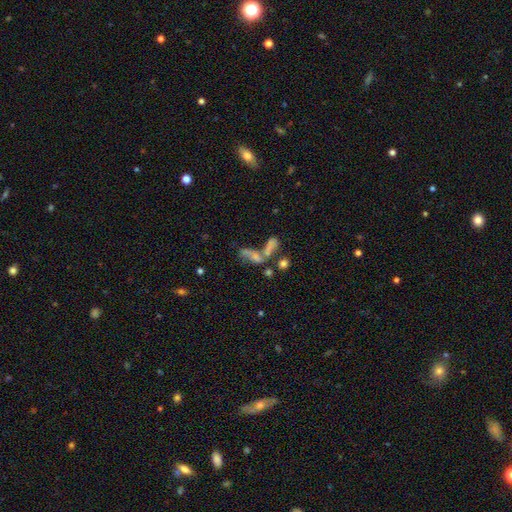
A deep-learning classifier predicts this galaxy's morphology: This appears to be a smooth galaxy with no disk features (45%). Merging: merger (48%).